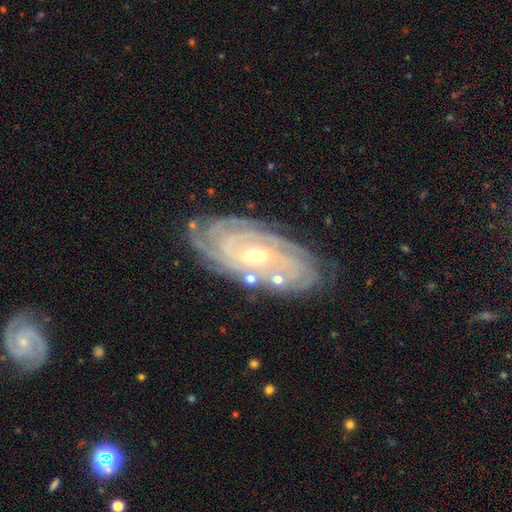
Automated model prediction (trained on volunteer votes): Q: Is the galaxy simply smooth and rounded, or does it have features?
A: featured or disk — 89%.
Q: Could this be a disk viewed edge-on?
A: no — 94%.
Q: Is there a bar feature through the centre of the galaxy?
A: no — 45%.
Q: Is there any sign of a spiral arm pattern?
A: yes — 98%.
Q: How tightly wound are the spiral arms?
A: tight — 83%.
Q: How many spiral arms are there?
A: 4 — 27%.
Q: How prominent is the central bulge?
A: small — 61%.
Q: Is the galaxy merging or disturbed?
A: none — 79%.